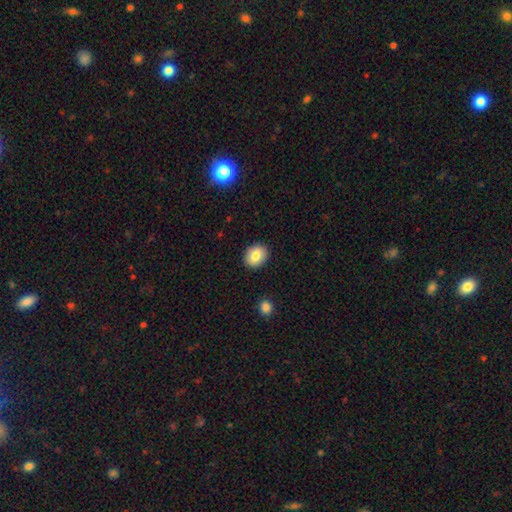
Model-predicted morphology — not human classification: The model was most divided on "how rounded": round: 54%, in between: 46%, cigar-shaped: 1%. More confident: merging — none (90%); smooth or featured — smooth (81%).